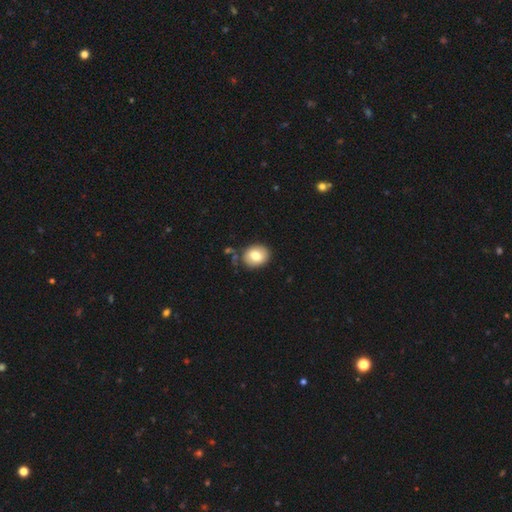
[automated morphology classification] Smooth or featured?
  - smooth: 78% *
  - featured or disk: 13%
  - star or artifact: 8%
How rounded?
  - round: 59% *
  - in between: 40%
  - cigar-shaped: 1%
Merging?
  - none: 80% *
  - minor disturbance: 12%
  - merger: 4%
  - major disturbance: 3%